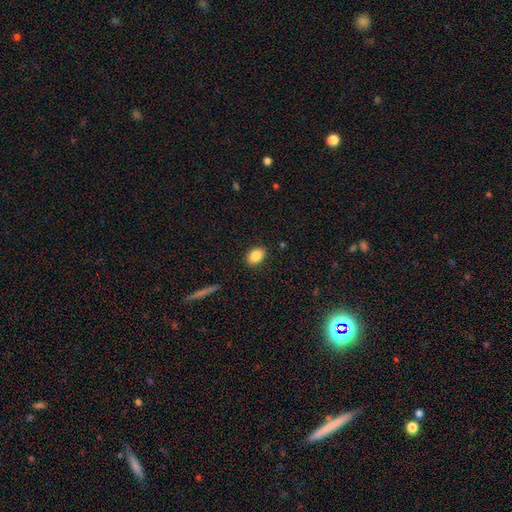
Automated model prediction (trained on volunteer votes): This is clearly a smooth galaxy (86%). How rounded: likely in between (78%). Merging: clearly none (88%).